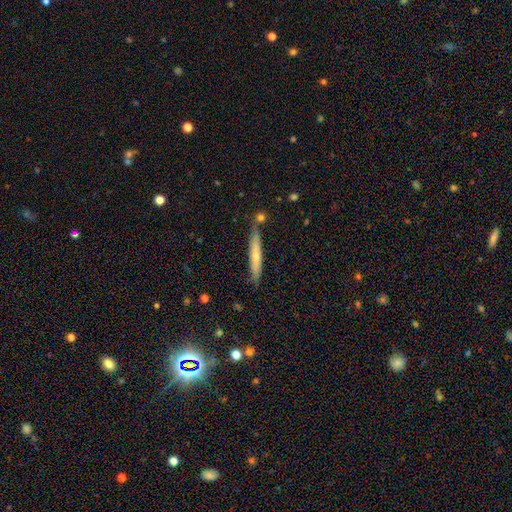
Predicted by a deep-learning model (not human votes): Morphology: type=smooth (52%); roundness=cigar-shaped (94%); merging=none (79%).